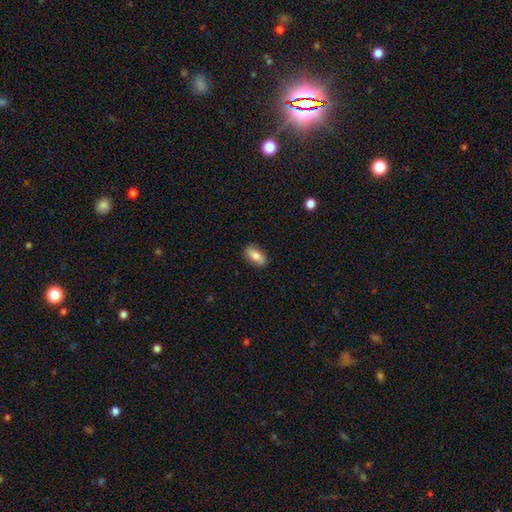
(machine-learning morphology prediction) Q: Smooth or featured?
A: smooth (75%); runner-up: featured or disk (19%)
Q: How rounded?
A: in between (88%); runner-up: cigar-shaped (8%)
Q: Merging?
A: none (85%); runner-up: minor disturbance (12%)